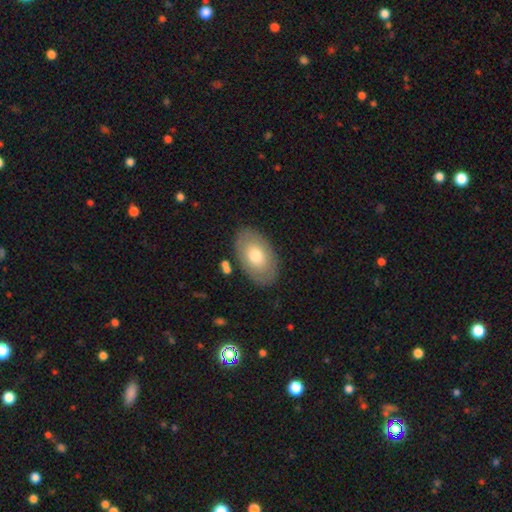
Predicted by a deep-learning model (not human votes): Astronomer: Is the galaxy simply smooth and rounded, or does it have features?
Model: smooth — 66%.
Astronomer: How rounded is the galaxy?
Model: in between — 93%.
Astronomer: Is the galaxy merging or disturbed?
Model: none — 84%.